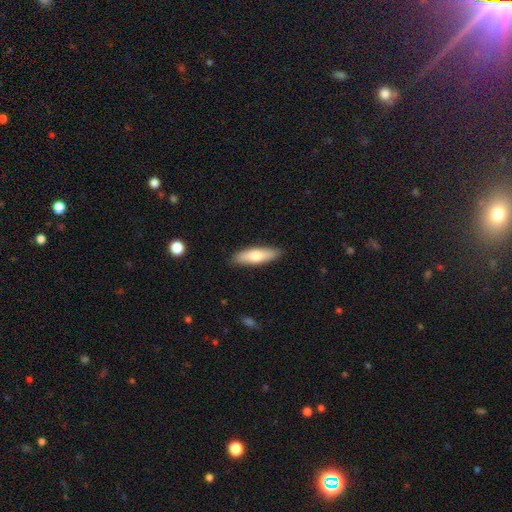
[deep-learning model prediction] Overall: smooth (71%). How rounded: cigar-shaped (56%; in between 42%). Merging: none (89%).